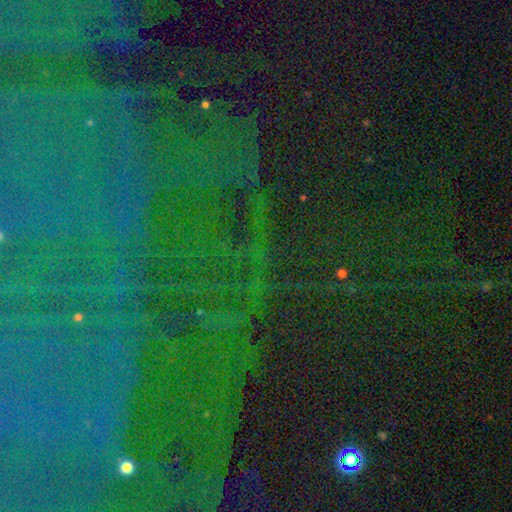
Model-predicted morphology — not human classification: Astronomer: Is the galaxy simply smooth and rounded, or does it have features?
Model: star or artifact — 84%.